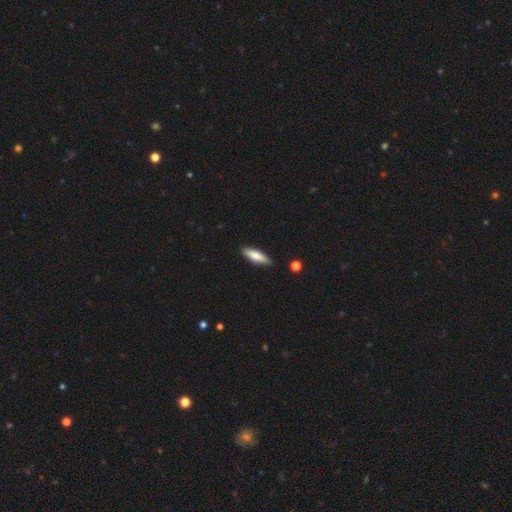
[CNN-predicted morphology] smooth 74%, featured or disk 21%, star or artifact 6%. Down the decision tree: how rounded — cigar-shaped (58%); merging — none (88%).